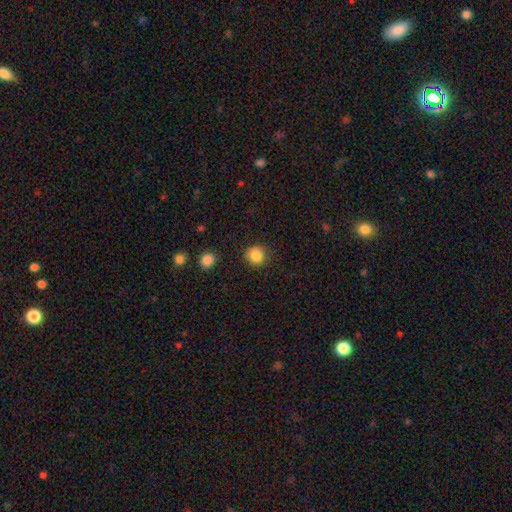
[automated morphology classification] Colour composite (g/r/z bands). It shows a smooth galaxy with no disk features (86%) that is round (90%). Merging: none (87%).